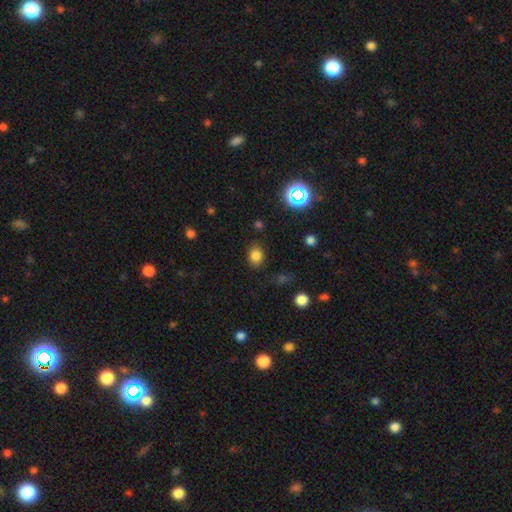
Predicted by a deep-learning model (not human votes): Morphology: type=smooth (80%); roundness=round (55%); merging=none (82%).